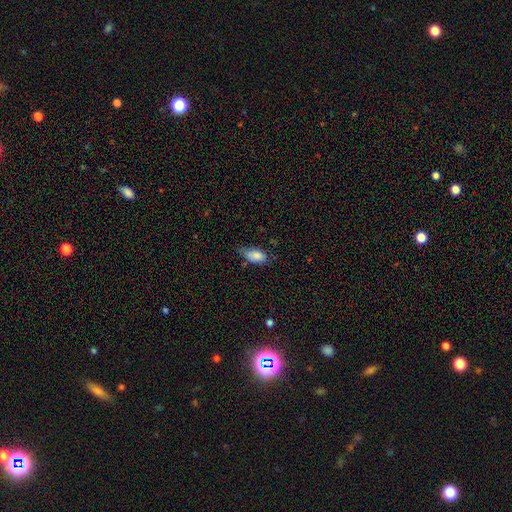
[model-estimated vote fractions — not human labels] The model was most divided on "merging": none: 51%, minor disturbance: 37%, major disturbance: 9%, merger: 3%. More confident: how rounded — in between (89%); smooth or featured — smooth (83%).